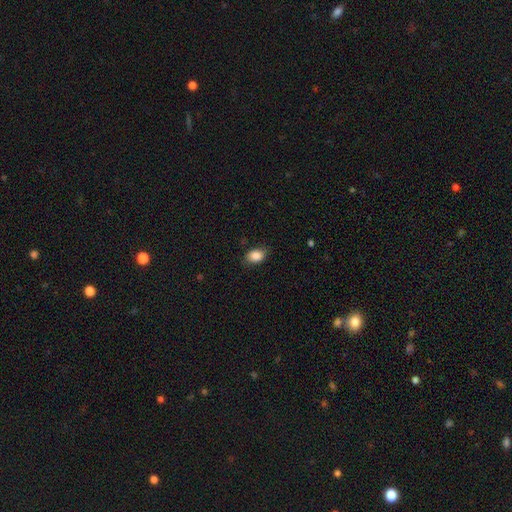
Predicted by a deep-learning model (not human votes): smooth-or-featured: smooth: 87% | star or artifact: 8% | featured or disk: 5%
  how-rounded: in between: 78% | round: 21% | cigar-shaped: 1%
  merging: none: 81% | minor disturbance: 15% | major disturbance: 3% | merger: 1%